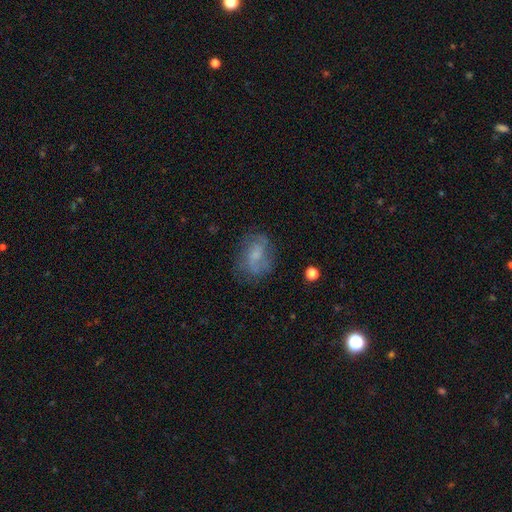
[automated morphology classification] smooth-or-featured: featured or disk: 51% | smooth: 39% | star or artifact: 11%
  disk-edge-on: no: 96% | yes: 4%
  merging: none: 61% | minor disturbance: 23% | major disturbance: 14% | merger: 2%